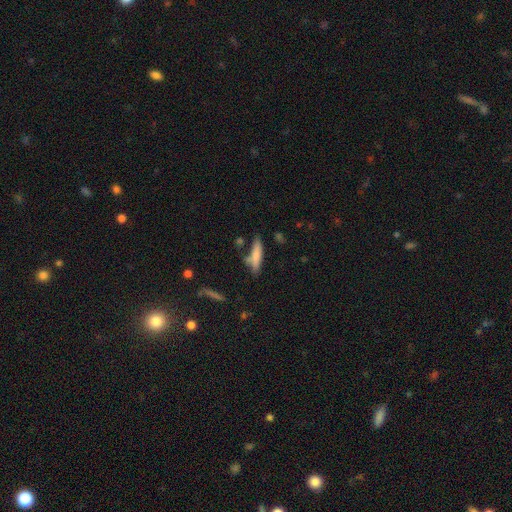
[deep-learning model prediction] Overall: smooth (71%). How rounded: cigar-shaped (76%). Merging: none (62%).